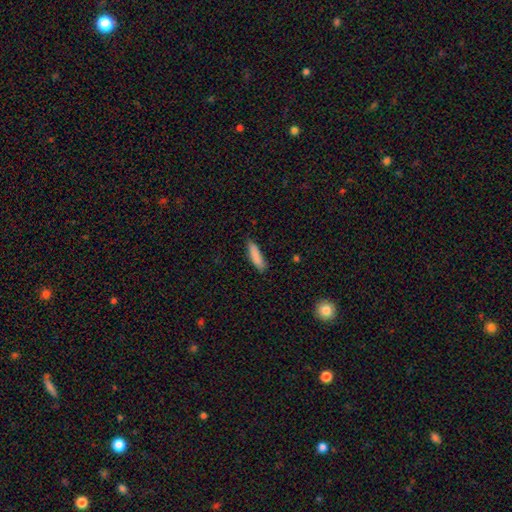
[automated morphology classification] Overall: smooth (86%). How rounded: cigar-shaped (72%). Merging: none (80%).